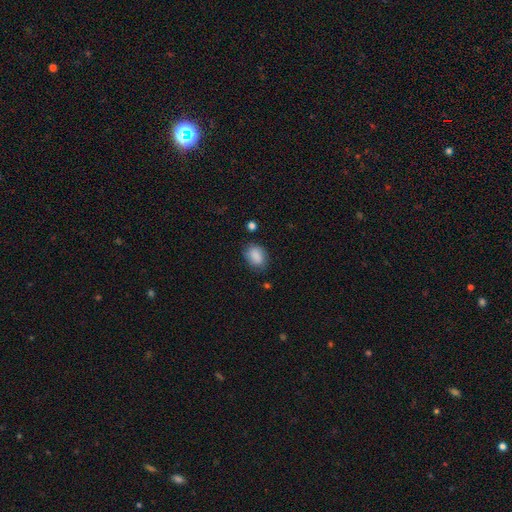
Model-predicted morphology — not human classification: smooth_or_featured: smooth (p=0.86) [alt: star or artifact p=0.08]
how_rounded: in between (p=0.73) [alt: round p=0.26]
merging: none (p=0.74) [alt: minor disturbance p=0.19]